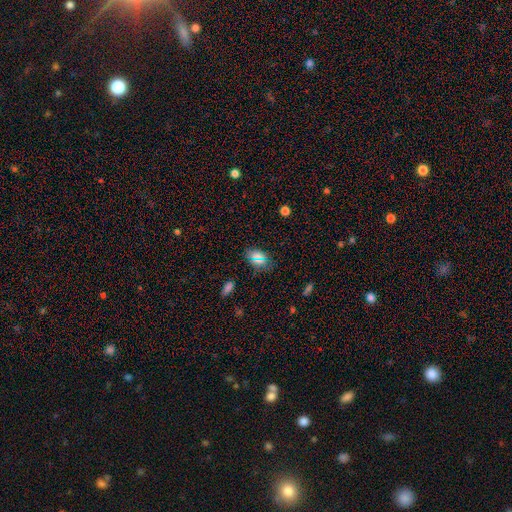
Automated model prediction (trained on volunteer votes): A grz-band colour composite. It shows a smooth galaxy with no disk features (49%). Merging: none (76%).